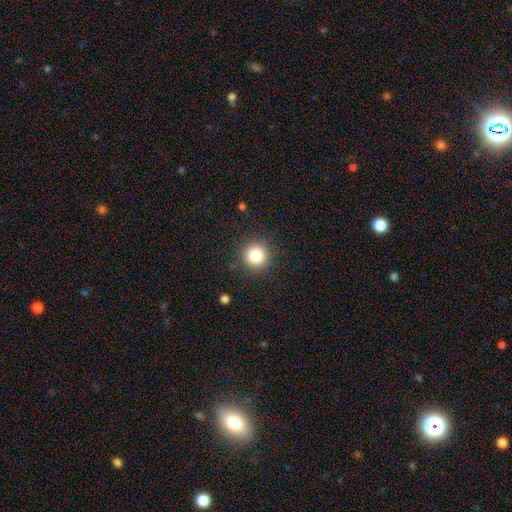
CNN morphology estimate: type=smooth (82%); roundness=round (95%); merging=none (90%).